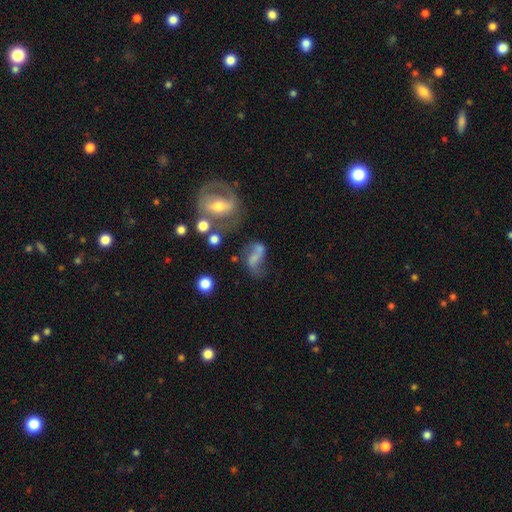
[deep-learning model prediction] Q: Smooth or featured?
A: featured or disk (50%); runner-up: smooth (36%)
Q: Merging?
A: none (35%); runner-up: merger (23%)